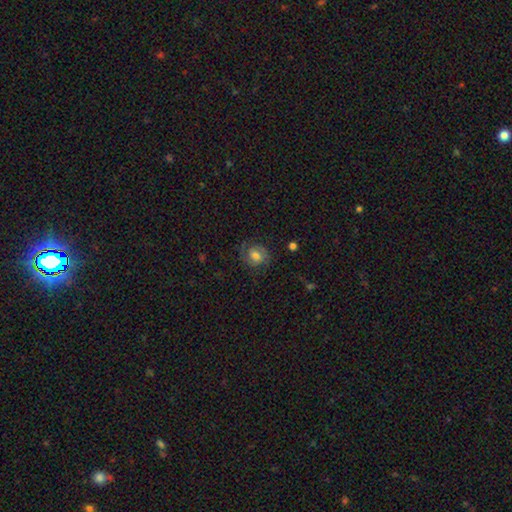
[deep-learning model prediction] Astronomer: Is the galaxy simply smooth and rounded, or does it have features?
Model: featured or disk — 47% (runner-up: smooth, 43%).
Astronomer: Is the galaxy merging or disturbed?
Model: none — 73%.